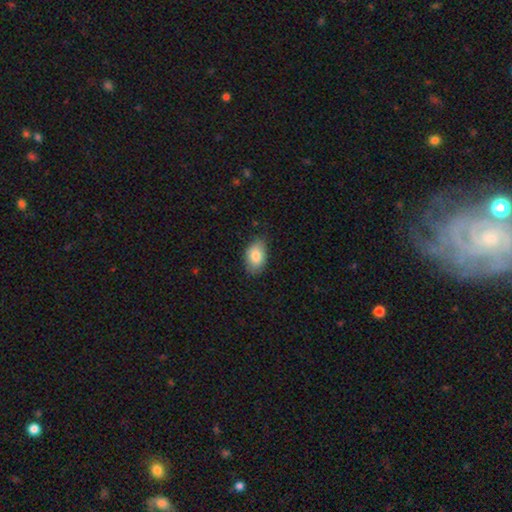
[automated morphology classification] smooth_or_featured: smooth (p=0.84) [alt: featured or disk p=0.10]
how_rounded: in between (p=0.90) [alt: round p=0.09]
merging: none (p=0.74) [alt: minor disturbance p=0.22]